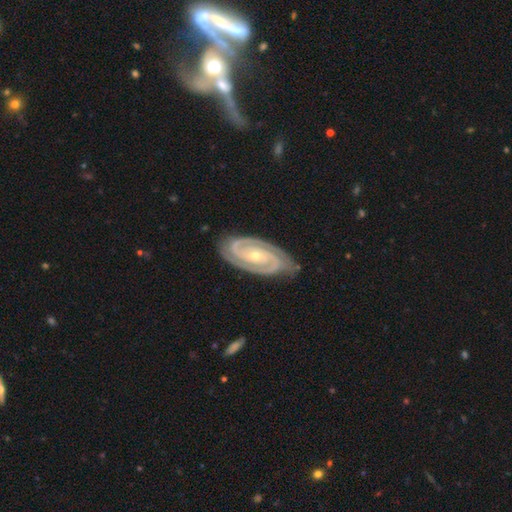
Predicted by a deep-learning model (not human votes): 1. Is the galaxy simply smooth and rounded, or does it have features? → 93% featured or disk, 4% star or artifact, 3% smooth.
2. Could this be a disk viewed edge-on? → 97% no, 3% yes.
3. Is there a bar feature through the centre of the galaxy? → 51% no, 28% weak, 21% strong.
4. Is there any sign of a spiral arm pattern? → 99% yes, 1% no.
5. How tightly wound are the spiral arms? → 76% tight, 22% medium, 3% loose.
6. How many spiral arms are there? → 85% 2, 7% 3, 3% can't tell, 2% 4, 2% 1, 2% more than 4.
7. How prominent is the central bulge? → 66% small, 31% moderate, 1% large, 1% none, 1% dominant.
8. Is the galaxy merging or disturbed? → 83% none, 13% minor disturbance, 3% major disturbance, 1% merger.